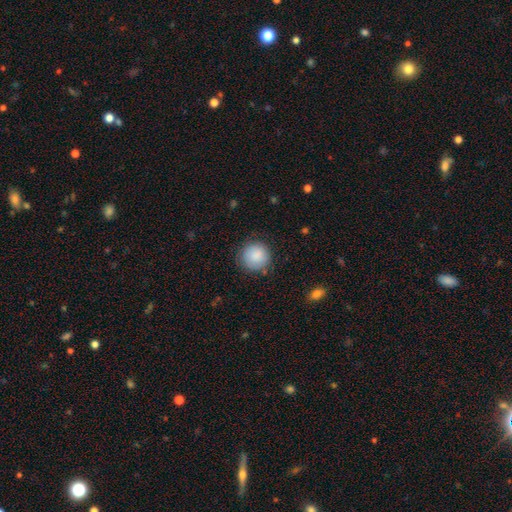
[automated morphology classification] Q: Smooth or featured?
A: smooth (88%); runner-up: star or artifact (7%)
Q: How rounded?
A: round (93%); runner-up: in between (6%)
Q: Merging?
A: none (82%); runner-up: minor disturbance (13%)